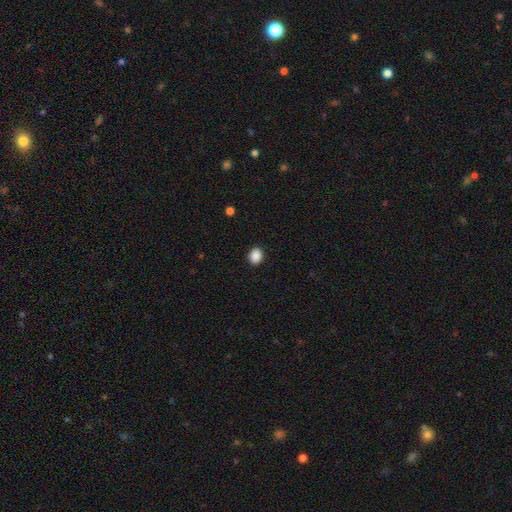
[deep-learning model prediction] The model was most divided on "how rounded": in between: 56%, round: 43%, cigar-shaped: 1%. More confident: merging — none (90%); smooth or featured — smooth (89%).